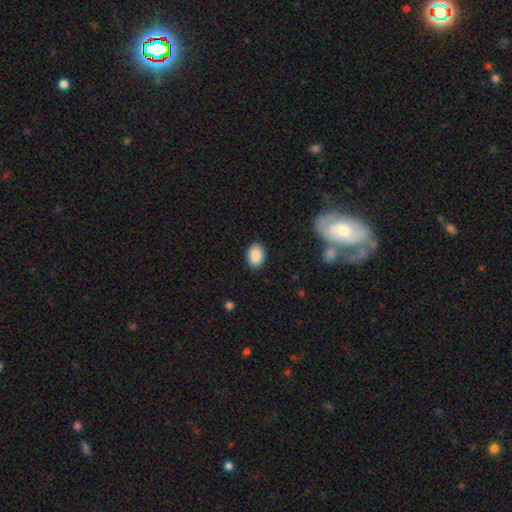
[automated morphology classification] Smooth or featured?
  - smooth: 89% *
  - star or artifact: 7%
  - featured or disk: 4%
How rounded?
  - in between: 81% *
  - round: 18%
  - cigar-shaped: 1%
Merging?
  - none: 85% *
  - minor disturbance: 11%
  - major disturbance: 3%
  - merger: 1%